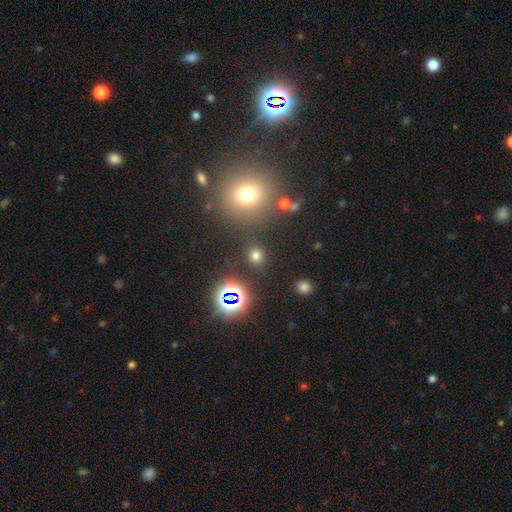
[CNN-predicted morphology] type=smooth (70%); roundness=round (85%); merging=none (86%).